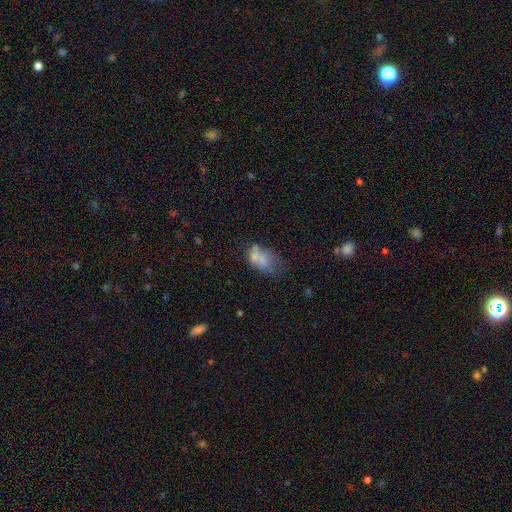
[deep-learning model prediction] Q: Smooth or featured?
A: smooth (56%); runner-up: featured or disk (28%)
Q: How rounded?
A: in between (81%); runner-up: round (16%)
Q: Merging?
A: none (33%); runner-up: merger (31%)